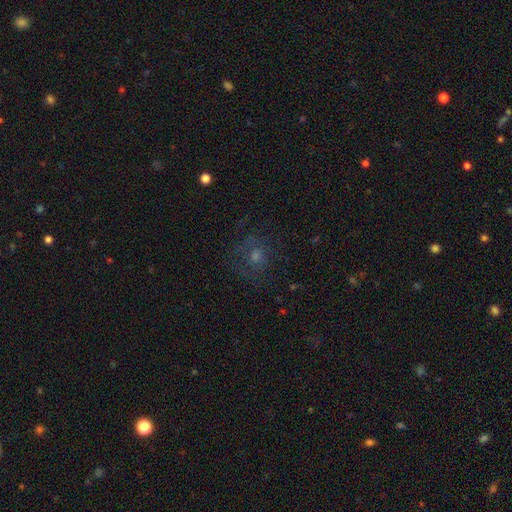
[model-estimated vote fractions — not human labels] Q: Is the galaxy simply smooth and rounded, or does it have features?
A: smooth — 39%.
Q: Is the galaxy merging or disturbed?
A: none — 70%.